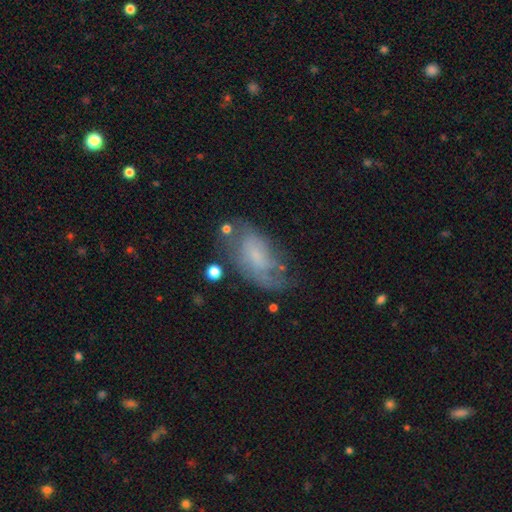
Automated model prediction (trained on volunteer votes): Smooth or featured? featured or disk (55%)
Edge-on disk? no (94%)
Bar? no (61%)
Spiral arms? yes (74%)
Bulge size? small (59%)
Merging? none (50%)